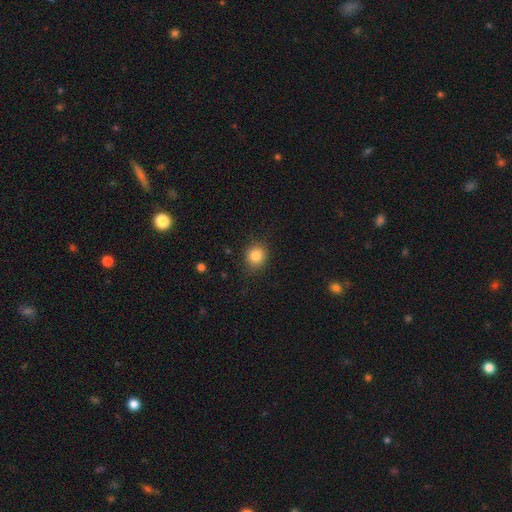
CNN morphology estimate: Smooth or featured? Predicted: smooth (p=0.84). How rounded? Predicted: round (p=0.81). Merging? Predicted: none (p=0.86).